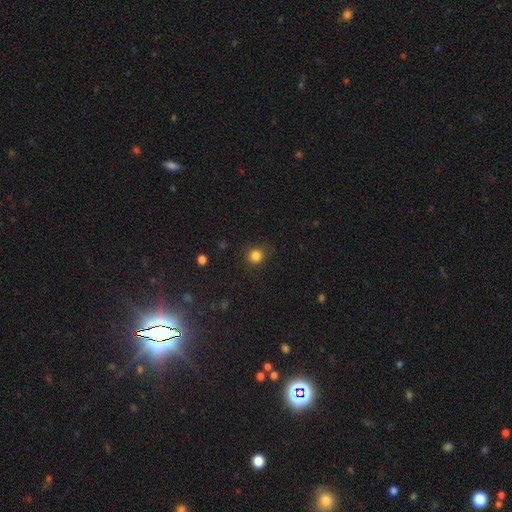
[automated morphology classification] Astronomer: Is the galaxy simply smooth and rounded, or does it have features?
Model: smooth — 83%.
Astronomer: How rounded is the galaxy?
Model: round — 89%.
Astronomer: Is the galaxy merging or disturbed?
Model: none — 83%.